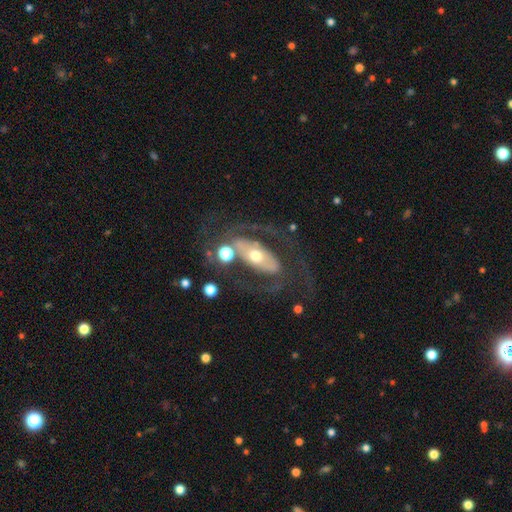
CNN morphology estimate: Smooth or featured? featured or disk (72%)
Edge-on disk? no (90%)
Bar? no (50%)
Spiral arms? yes (64%)
Bulge size? moderate (65%)
Merging? none (58%)